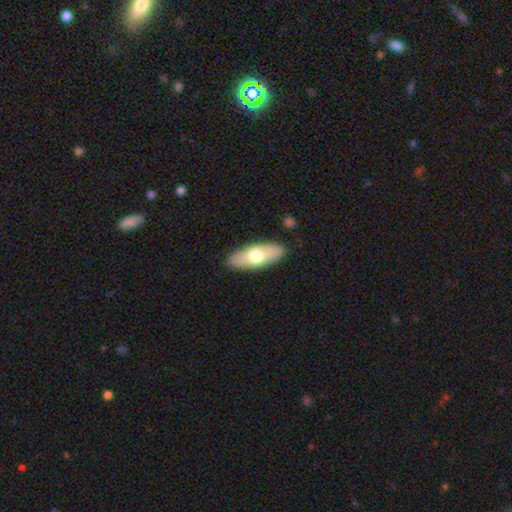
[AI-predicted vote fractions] This is likely a smooth galaxy (64%). How rounded: likely in between (73%). Merging: clearly none (88%).